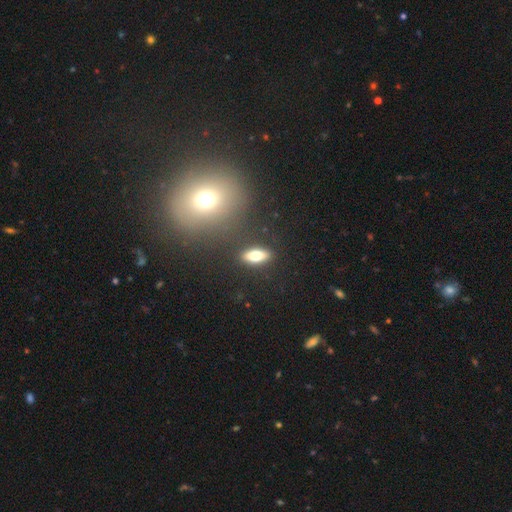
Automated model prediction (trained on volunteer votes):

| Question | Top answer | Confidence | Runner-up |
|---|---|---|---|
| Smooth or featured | smooth | 69% | featured or disk (23%) |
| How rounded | in between | 72% | cigar-shaped (23%) |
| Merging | none | 88% | minor disturbance (8%) |